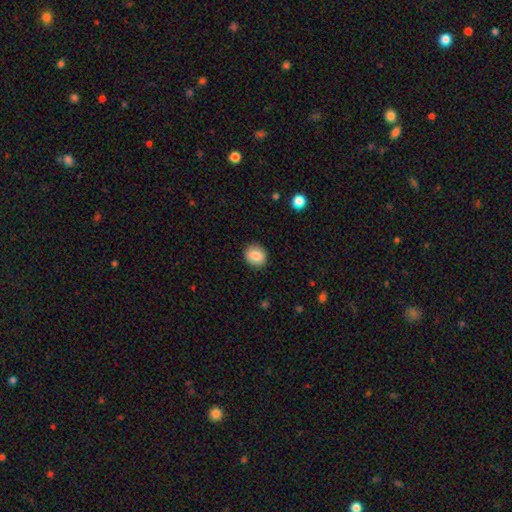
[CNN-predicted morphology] This appears to be a smooth galaxy with no disk features (86%) that is round (69%). Merging: none (88%).